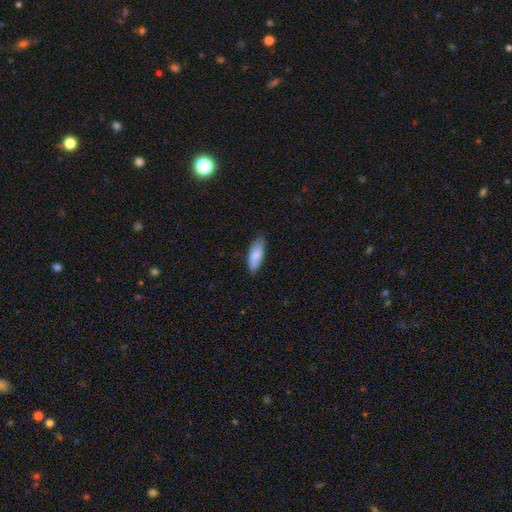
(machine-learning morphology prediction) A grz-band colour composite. It shows a smooth galaxy with no disk features (81%) that is in between round and cigar-shaped (72%). Merging: none (77%).